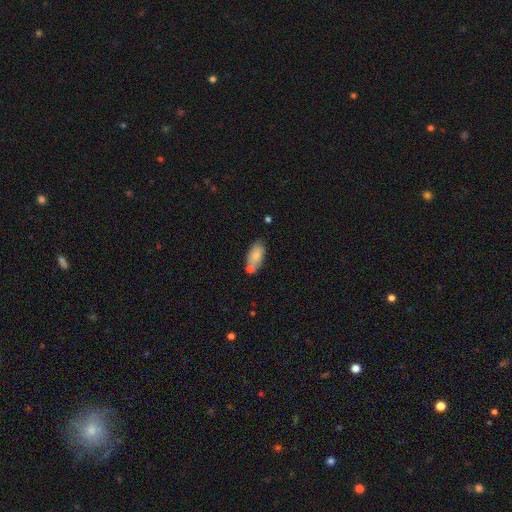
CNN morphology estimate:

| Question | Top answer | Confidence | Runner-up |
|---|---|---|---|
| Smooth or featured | smooth | 81% | featured or disk (12%) |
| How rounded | in between | 90% | cigar-shaped (7%) |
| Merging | none | 59% | merger (19%) |